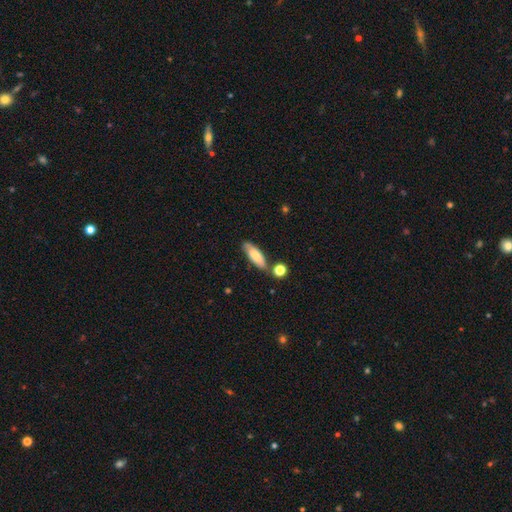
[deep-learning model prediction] smooth-or-featured: smooth: 75% | featured or disk: 18% | star or artifact: 7%
  how-rounded: in between: 56% | cigar-shaped: 42% | round: 2%
  merging: none: 64% | minor disturbance: 19% | merger: 12% | major disturbance: 5%